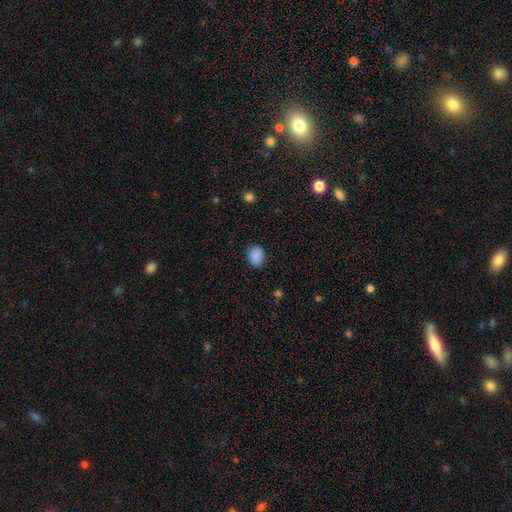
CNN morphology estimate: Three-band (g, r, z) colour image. It shows a smooth galaxy with no disk features (88%) that is in between round and cigar-shaped (54%). Merging: none (85%).